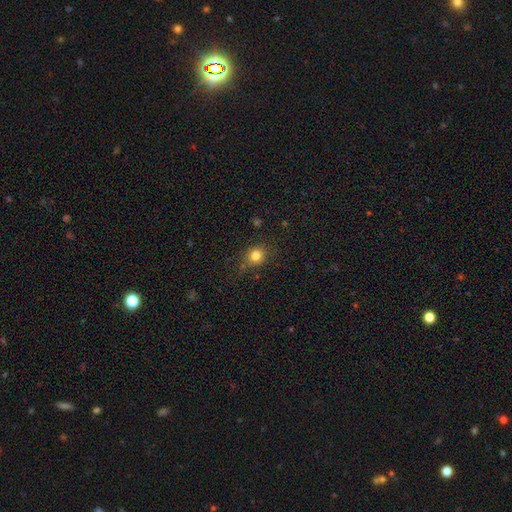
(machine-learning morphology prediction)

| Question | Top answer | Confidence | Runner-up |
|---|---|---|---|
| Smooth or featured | smooth | 80% | star or artifact (13%) |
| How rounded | round | 82% | in between (17%) |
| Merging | none | 79% | minor disturbance (14%) |